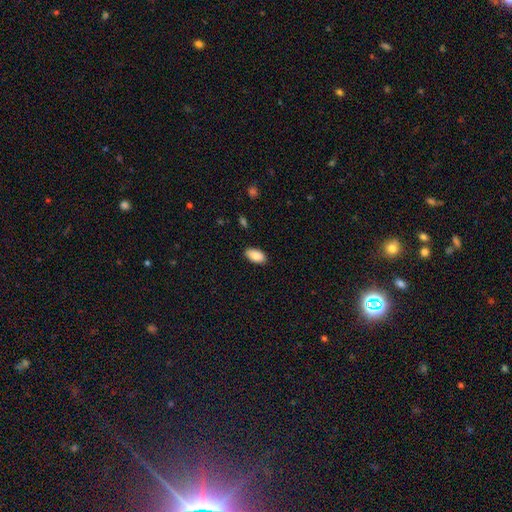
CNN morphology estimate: Smooth or featured?
  - smooth: 87% *
  - star or artifact: 7%
  - featured or disk: 6%
How rounded?
  - in between: 94% *
  - round: 3%
  - cigar-shaped: 3%
Merging?
  - none: 88% *
  - minor disturbance: 9%
  - major disturbance: 2%
  - merger: 1%